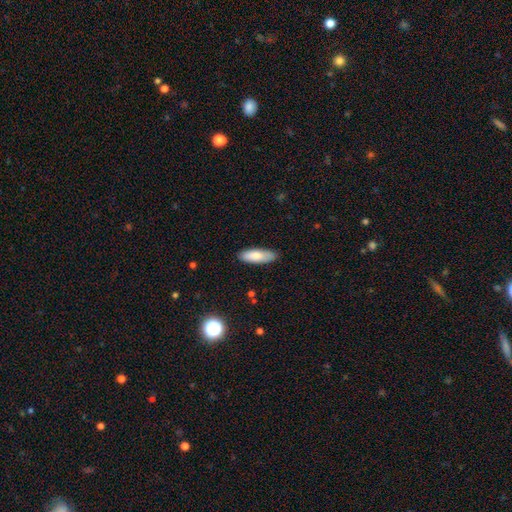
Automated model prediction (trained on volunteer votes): smooth 82%, featured or disk 11%, star or artifact 6%. Down the decision tree: how rounded — in between (58%); merging — none (86%).